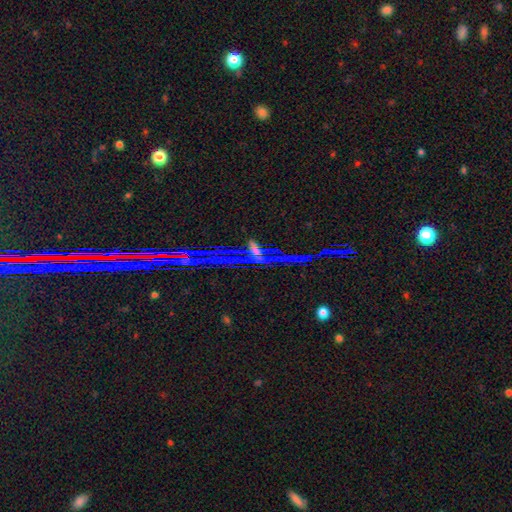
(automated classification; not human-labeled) Q: Smooth or featured?
A: star or artifact (71%); runner-up: featured or disk (18%)